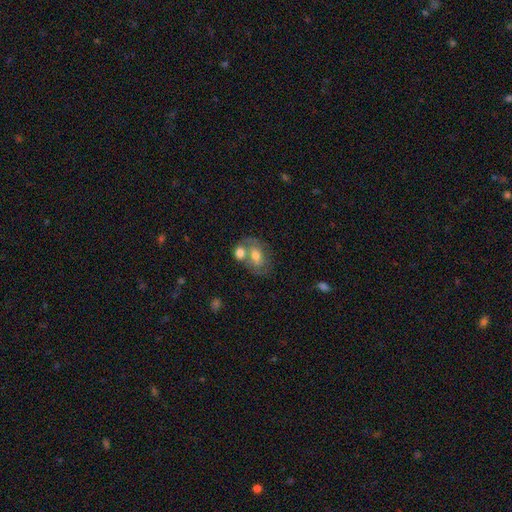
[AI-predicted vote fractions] A smooth galaxy with no disk features (51%) that is in between round and cigar-shaped (69%).

Vote fractions:
- Smooth or featured? smooth: 51% / featured or disk: 41% / star or artifact: 8%
- How rounded? in between: 69% / round: 29% / cigar-shaped: 1%
- Merging? merger: 48% / none: 33% / minor disturbance: 12% / major disturbance: 7%